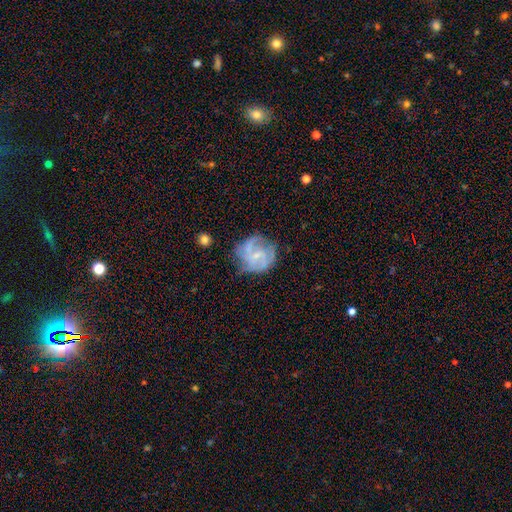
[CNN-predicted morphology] smooth-or-featured: featured or disk: 74% | smooth: 19% | star or artifact: 7%
  disk-edge-on: no: 98% | yes: 2%
    bar: no: 49% | weak: 43% | strong: 9%
    has-spiral-arms: yes: 88% | no: 12%
      spiral-winding: medium: 44% | tight: 38% | loose: 18%
      spiral-arm-count: 2: 38% | can't tell: 26% | 3: 22% | 4: 5% | 1: 5% | more than 4: 4%
    bulge-size: small: 65% | moderate: 21% | none: 12% | large: 1% | dominant: 1%
  merging: none: 62% | minor disturbance: 24% | major disturbance: 13% | merger: 2%